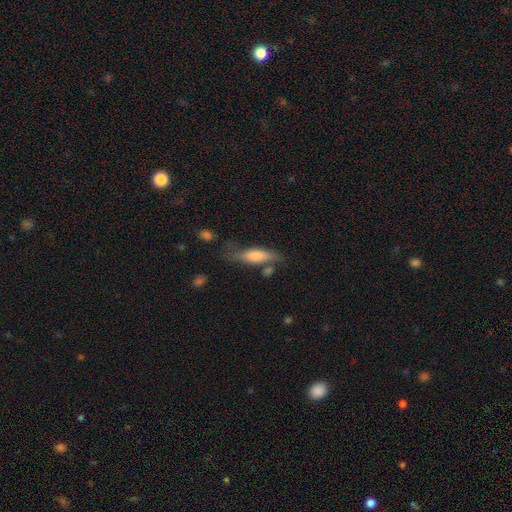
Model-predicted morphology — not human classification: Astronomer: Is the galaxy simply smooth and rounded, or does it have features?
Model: smooth — 56% (runner-up: featured or disk, 36%).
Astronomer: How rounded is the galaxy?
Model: cigar-shaped — 65%.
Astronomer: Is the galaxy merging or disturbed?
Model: none — 62%.